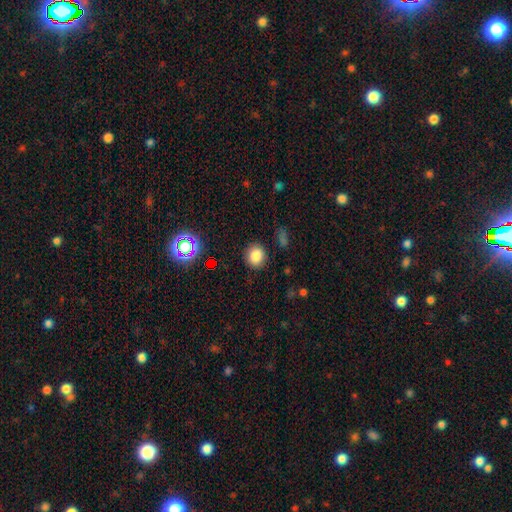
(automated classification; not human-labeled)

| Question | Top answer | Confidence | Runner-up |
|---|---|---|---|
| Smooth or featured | smooth | 80% | star or artifact (13%) |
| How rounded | round | 77% | in between (22%) |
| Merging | none | 87% | minor disturbance (8%) |